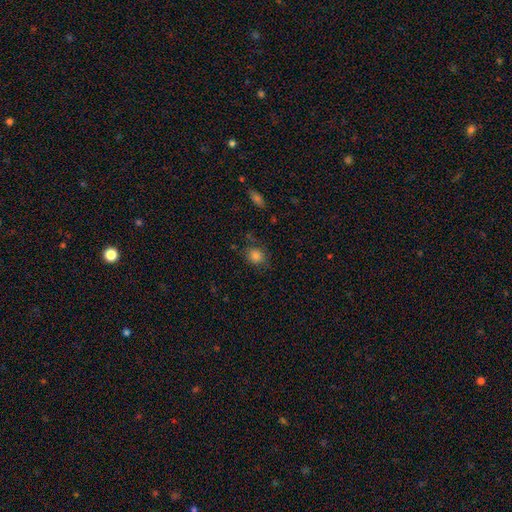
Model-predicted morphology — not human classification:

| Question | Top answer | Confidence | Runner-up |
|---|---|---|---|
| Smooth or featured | smooth | 83% | star or artifact (12%) |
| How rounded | round | 69% | in between (30%) |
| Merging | none | 74% | minor disturbance (17%) |